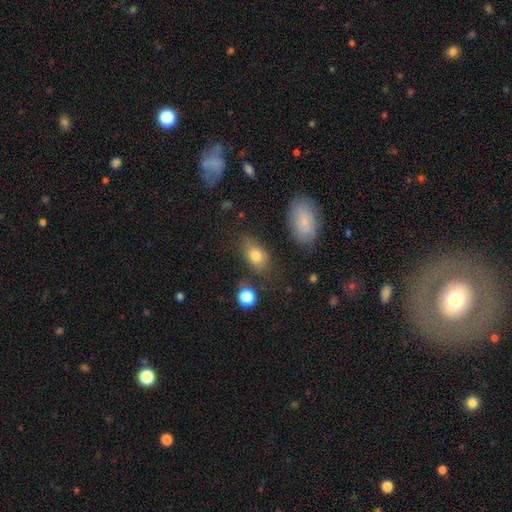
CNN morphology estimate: Smooth or featured?
  - smooth: 78% *
  - featured or disk: 12%
  - star or artifact: 10%
How rounded?
  - in between: 83% *
  - round: 13%
  - cigar-shaped: 4%
Merging?
  - none: 72% *
  - minor disturbance: 18%
  - major disturbance: 6%
  - merger: 5%